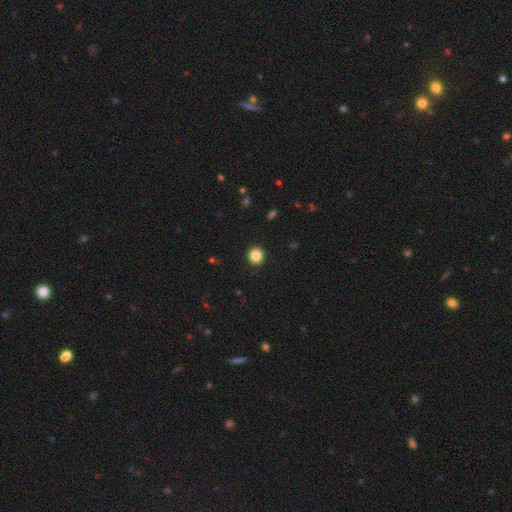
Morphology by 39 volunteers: Overall: smooth (90%). How rounded: round (97%). Merging: none (97%).